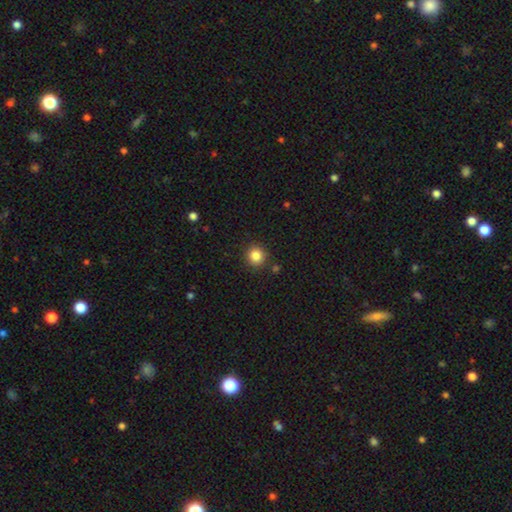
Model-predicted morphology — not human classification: smooth_or_featured: smooth (p=0.84) [alt: star or artifact p=0.11]
how_rounded: round (p=0.90) [alt: in between p=0.09]
merging: none (p=0.88) [alt: minor disturbance p=0.08]